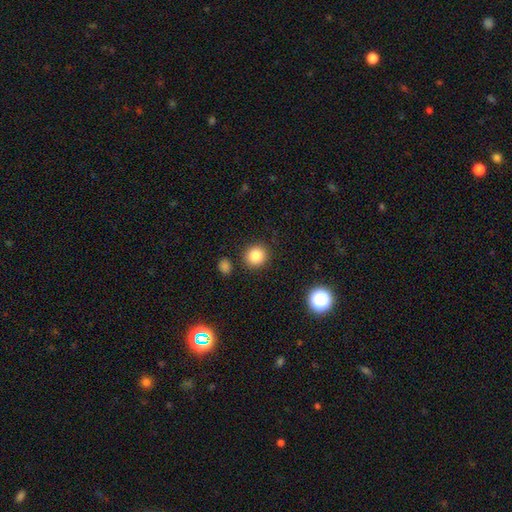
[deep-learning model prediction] Smooth or featured? smooth (84%)
How rounded? round (91%)
Merging? none (88%)